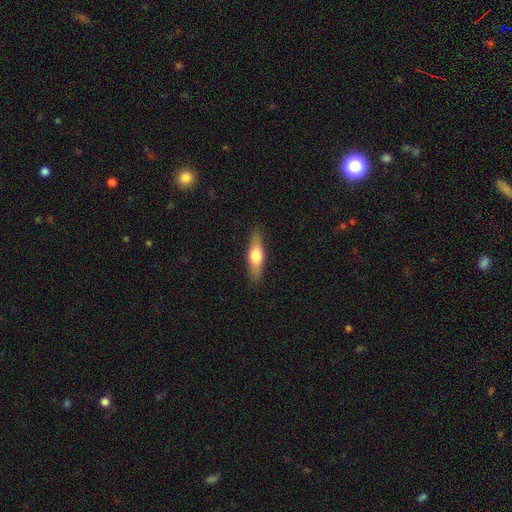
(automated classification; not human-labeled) A smooth galaxy with no disk features (53%) that is cigar-shaped (59%).

Vote fractions:
- Smooth or featured? smooth: 53% / featured or disk: 41% / star or artifact: 6%
- How rounded? cigar-shaped: 59% / in between: 38% / round: 3%
- Merging? none: 88% / minor disturbance: 9% / major disturbance: 2% / merger: 1%